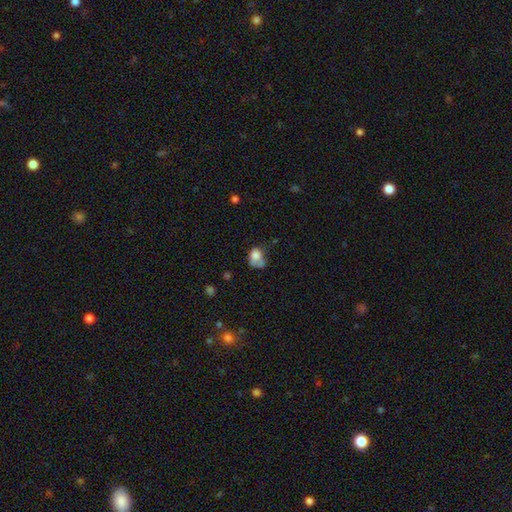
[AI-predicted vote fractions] Smooth or featured? Predicted: smooth (p=0.72). How rounded? Predicted: in between (p=0.59). Merging? Predicted: merger (p=0.29).